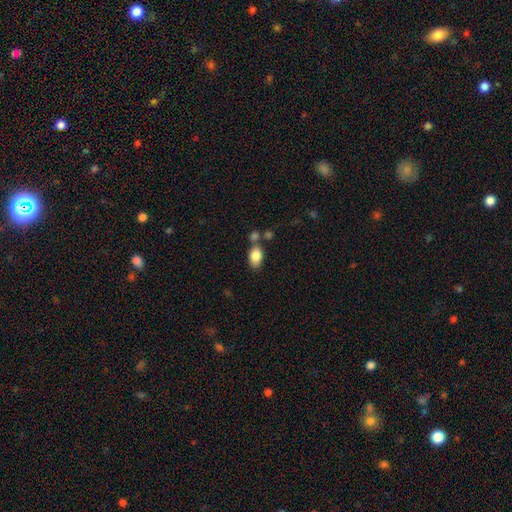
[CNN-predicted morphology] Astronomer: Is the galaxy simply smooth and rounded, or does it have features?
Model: smooth — 84%.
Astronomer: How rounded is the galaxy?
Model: in between — 89%.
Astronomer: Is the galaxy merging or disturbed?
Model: none — 58%.